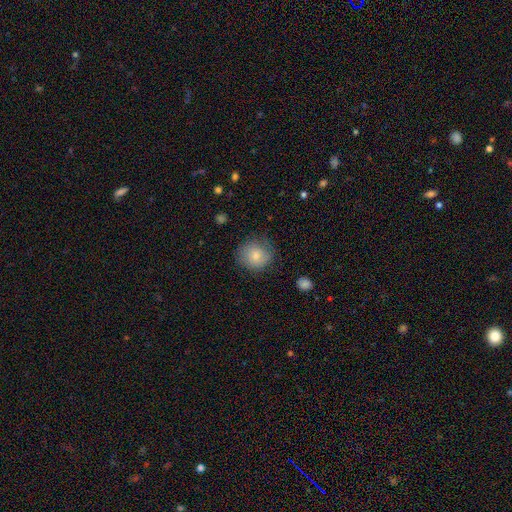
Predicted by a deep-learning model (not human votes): Smooth or featured? smooth (78%)
How rounded? round (83%)
Merging? none (73%)